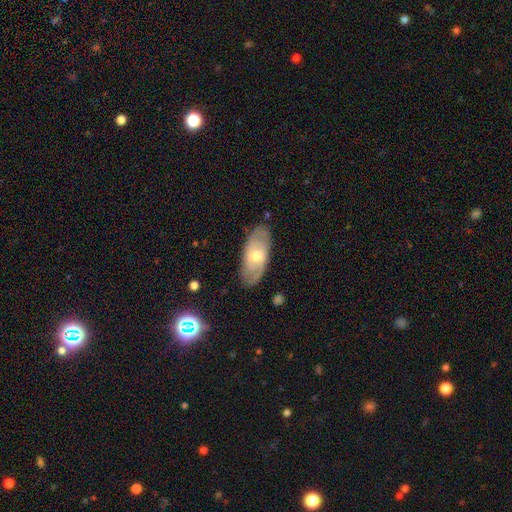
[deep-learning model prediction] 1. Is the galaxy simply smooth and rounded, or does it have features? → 55% featured or disk, 39% smooth, 7% star or artifact.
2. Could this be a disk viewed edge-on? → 85% no, 15% yes.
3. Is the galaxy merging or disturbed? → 83% none, 13% minor disturbance, 3% major disturbance, 1% merger.